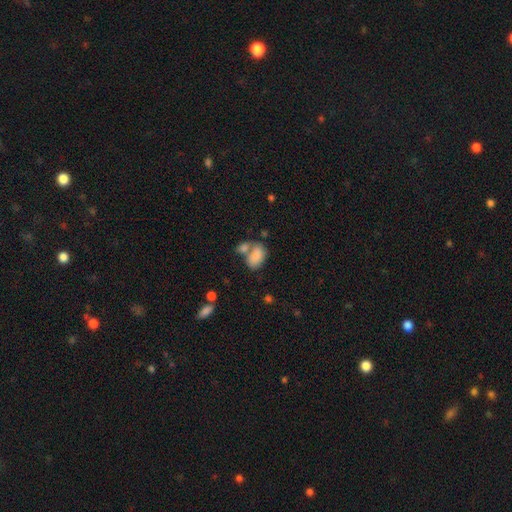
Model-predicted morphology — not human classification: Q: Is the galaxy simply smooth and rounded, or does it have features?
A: smooth — 83%.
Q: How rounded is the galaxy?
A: in between — 91%.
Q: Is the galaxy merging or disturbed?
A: merger — 47%.